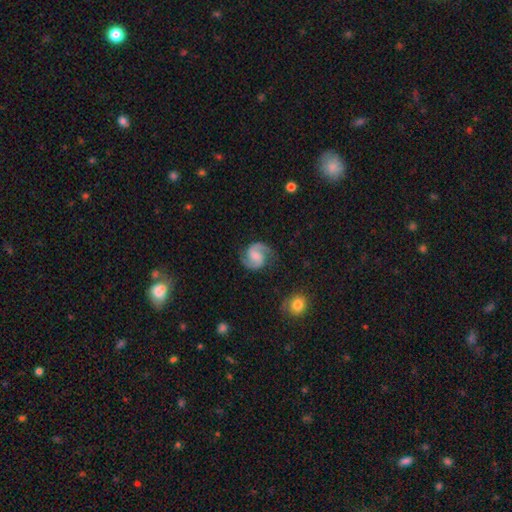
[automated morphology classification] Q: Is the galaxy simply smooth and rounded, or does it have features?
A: featured or disk — 89%.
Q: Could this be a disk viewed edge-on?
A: no — 98%.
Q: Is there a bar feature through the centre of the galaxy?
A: no — 44%.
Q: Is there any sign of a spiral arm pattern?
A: yes — 98%.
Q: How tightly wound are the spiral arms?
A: medium — 59%.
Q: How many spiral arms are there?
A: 2 — 94%.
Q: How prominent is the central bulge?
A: none — 32%.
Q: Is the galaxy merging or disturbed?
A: none — 83%.